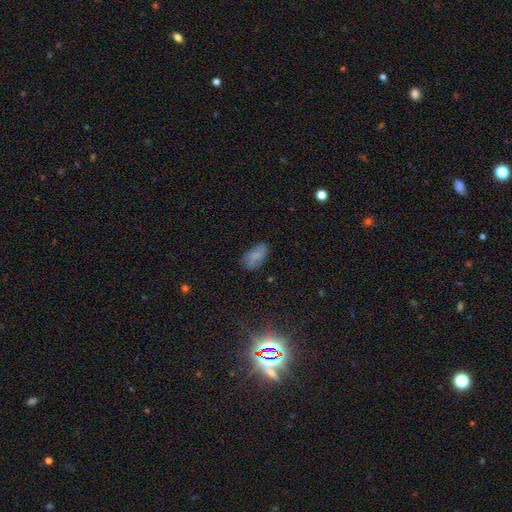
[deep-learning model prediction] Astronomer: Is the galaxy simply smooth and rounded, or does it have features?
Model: smooth — 74%.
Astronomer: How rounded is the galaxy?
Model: in between — 93%.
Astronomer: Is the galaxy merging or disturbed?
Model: none — 68%.